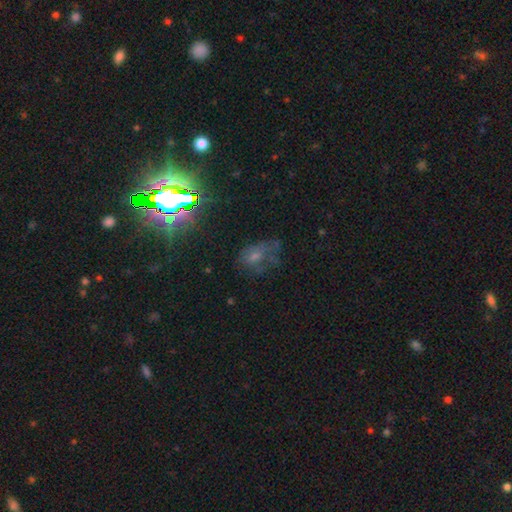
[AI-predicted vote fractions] smooth-or-featured: smooth: 40% | star or artifact: 32% | featured or disk: 28%
  merging: none: 39% | major disturbance: 31% | minor disturbance: 26% | merger: 4%